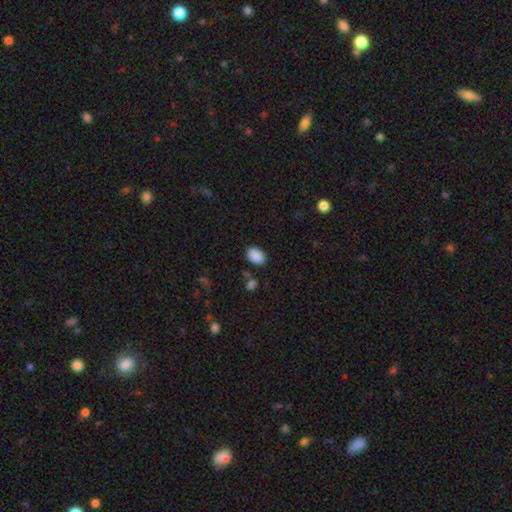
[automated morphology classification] type=smooth (89%); roundness=in between (87%); merging=none (83%).